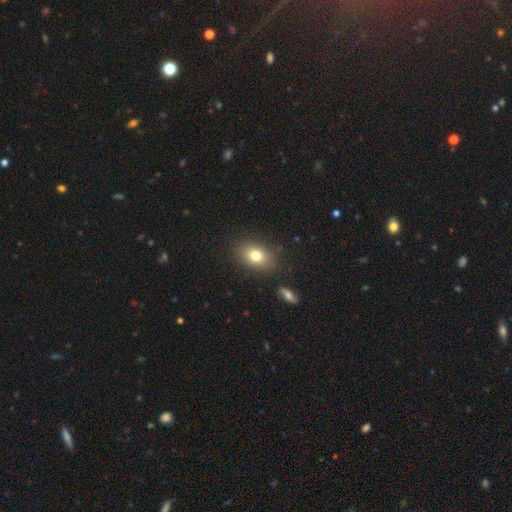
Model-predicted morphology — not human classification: Smooth or featured? smooth (78%)
How rounded? in between (76%)
Merging? none (85%)